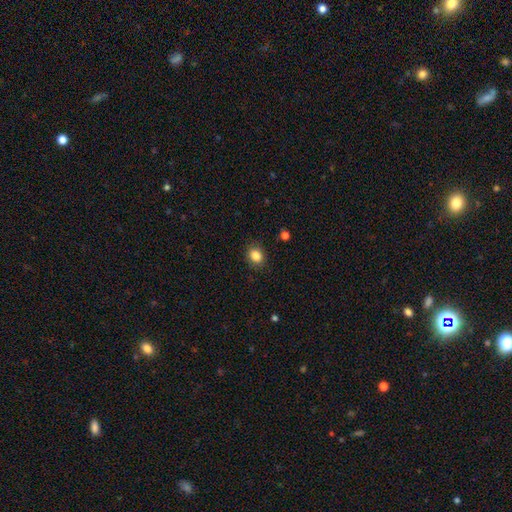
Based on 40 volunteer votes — smooth 88%, star or artifact 10%, featured or disk 2%. Down the decision tree: how rounded — round (54%); merging — none (86%).